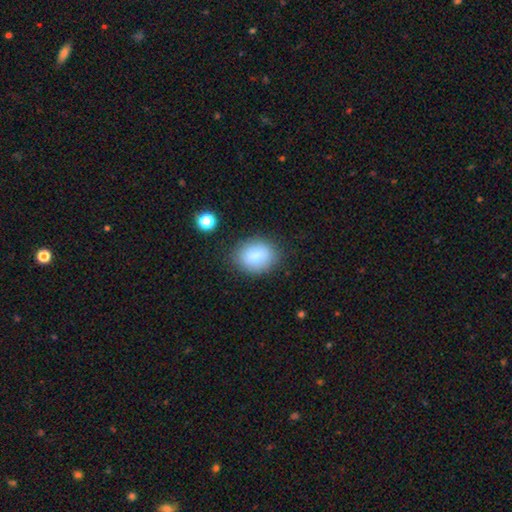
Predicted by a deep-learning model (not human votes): Overall: smooth (84%). How rounded: in between (57%; round 42%). Merging: none (80%).